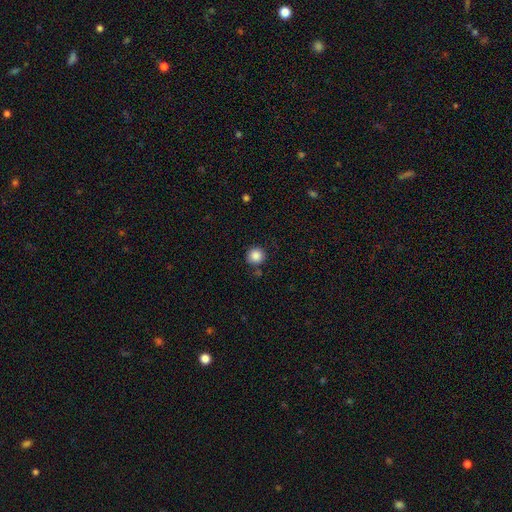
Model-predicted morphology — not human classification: A smooth galaxy with no disk features (87%) that is round (94%).

Vote fractions:
- Smooth or featured? smooth: 87% / star or artifact: 10% / featured or disk: 3%
- How rounded? round: 94% / in between: 5% / cigar-shaped: 1%
- Merging? none: 85% / minor disturbance: 9% / merger: 3% / major disturbance: 3%